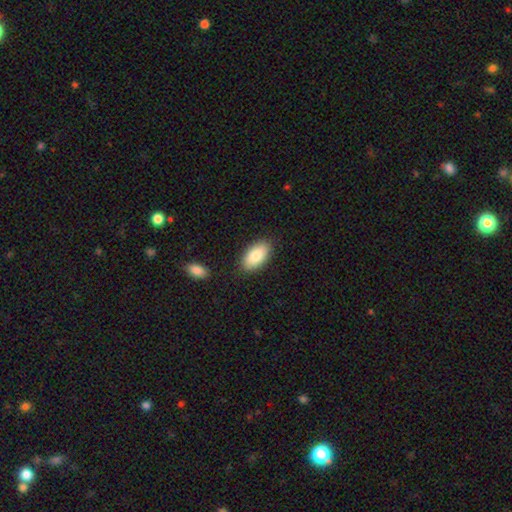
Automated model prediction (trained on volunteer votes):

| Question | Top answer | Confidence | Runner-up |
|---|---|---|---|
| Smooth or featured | smooth | 85% | featured or disk (9%) |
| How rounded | in between | 94% | cigar-shaped (3%) |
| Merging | none | 86% | minor disturbance (10%) |